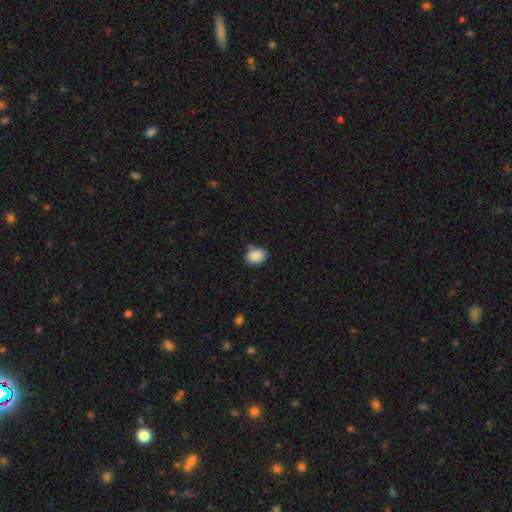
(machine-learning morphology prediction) A smooth galaxy with no disk features (88%) that is in between round and cigar-shaped (64%). Merging: none (75%).